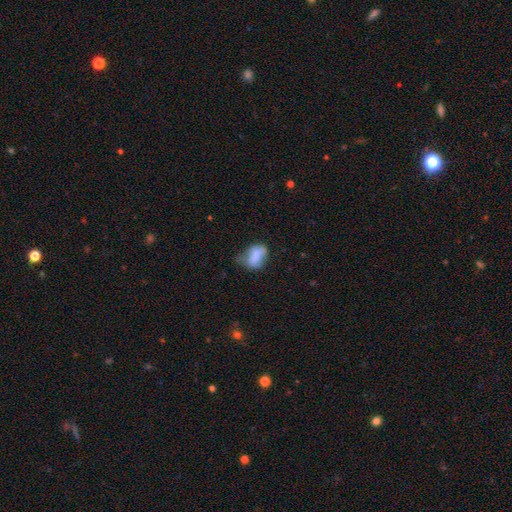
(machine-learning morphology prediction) Smooth or featured? Predicted: smooth (p=0.71). How rounded? Predicted: in between (p=0.82). Merging? Predicted: minor disturbance (p=0.38).